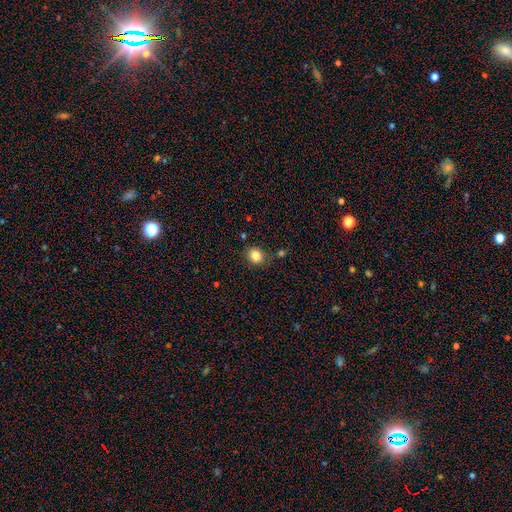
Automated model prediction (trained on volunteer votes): smooth 84%, star or artifact 10%, featured or disk 6%. Down the decision tree: how rounded — round (65%); merging — none (79%).